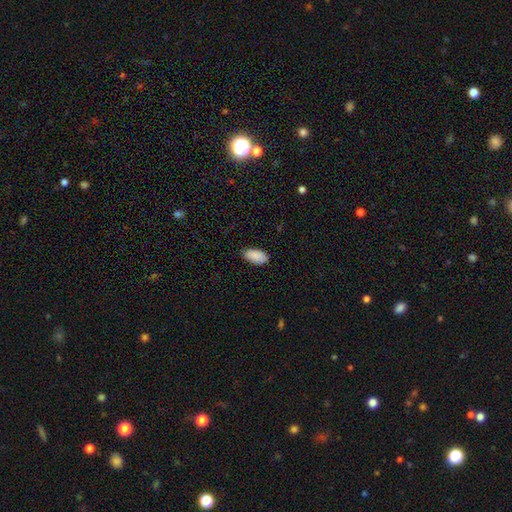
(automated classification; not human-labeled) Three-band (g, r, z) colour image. It shows a smooth galaxy with no disk features (89%) that is in between round and cigar-shaped (95%). Merging: none (82%).